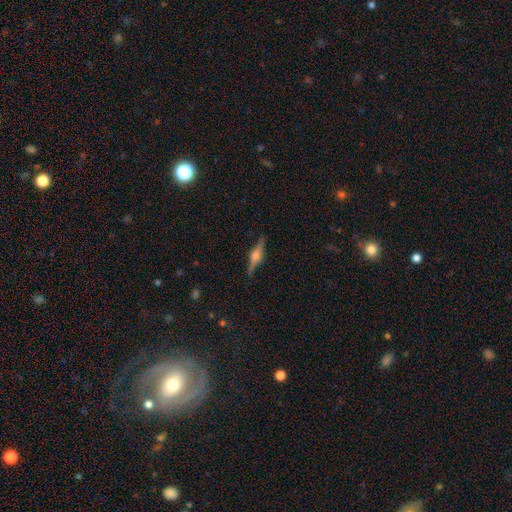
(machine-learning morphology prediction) Overall: featured or disk (80%). Edge-on disk: yes (97%). Edge-on bulge: rounded (87%). Merging: none (87%).